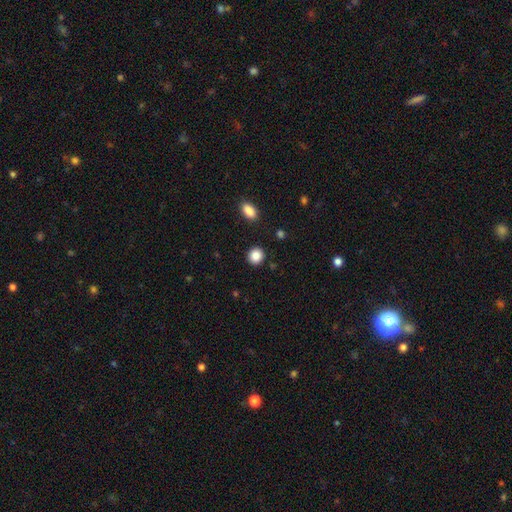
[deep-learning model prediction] A smooth galaxy with no disk features (87%) that is round (83%). Merging: none (90%).